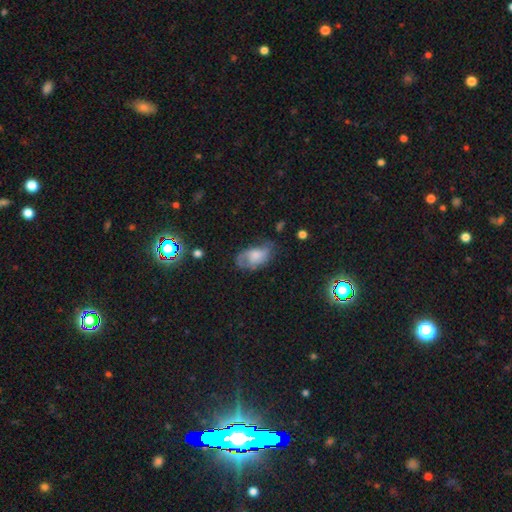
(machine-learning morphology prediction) Smooth or featured? Predicted: featured or disk (p=0.45, tied with smooth). Merging? Predicted: none (p=0.47).